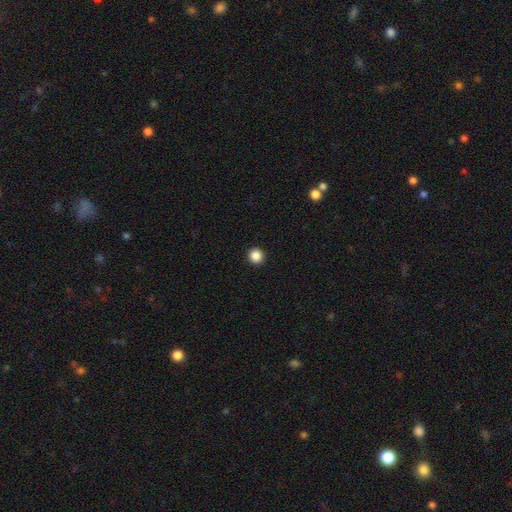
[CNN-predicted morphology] A smooth galaxy with no disk features (87%) that is round (95%).

Vote fractions:
- Smooth or featured? smooth: 87% / star or artifact: 11% / featured or disk: 3%
- How rounded? round: 95% / in between: 4% / cigar-shaped: 1%
- Merging? none: 94% / minor disturbance: 4% / major disturbance: 1% / merger: 1%